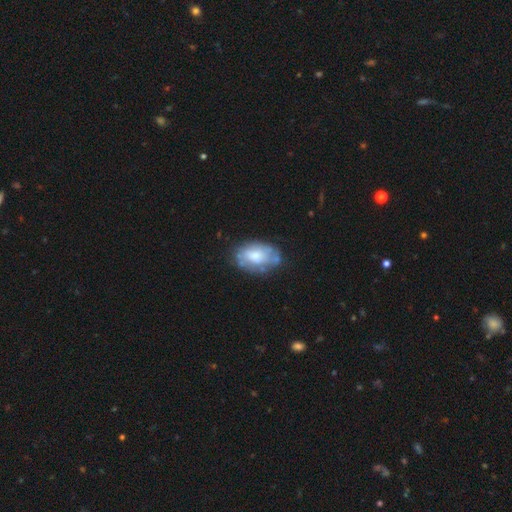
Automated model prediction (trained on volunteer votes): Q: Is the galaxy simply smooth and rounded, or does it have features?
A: smooth — 55%.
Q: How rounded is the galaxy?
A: in between — 88%.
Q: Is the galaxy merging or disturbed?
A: none — 58%.